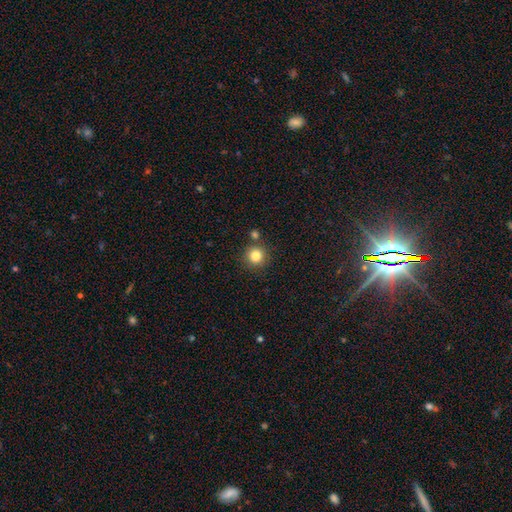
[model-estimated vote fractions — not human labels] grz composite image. It shows a smooth galaxy with no disk features (82%) that is round (94%). Merging: none (81%).